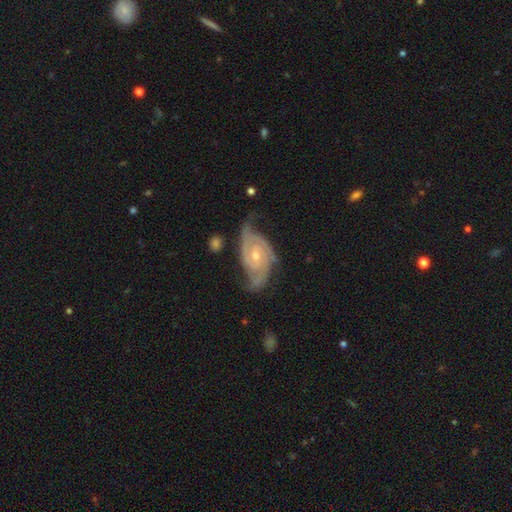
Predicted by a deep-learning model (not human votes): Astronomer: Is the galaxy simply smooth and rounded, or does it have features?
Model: featured or disk — 89%.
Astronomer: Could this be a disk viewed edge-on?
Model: no — 97%.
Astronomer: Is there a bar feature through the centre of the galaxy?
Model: no — 59%.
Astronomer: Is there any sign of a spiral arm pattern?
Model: yes — 97%.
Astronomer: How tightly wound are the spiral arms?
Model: tight — 50% (runner-up: medium, 39%).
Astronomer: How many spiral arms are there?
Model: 2 — 60%.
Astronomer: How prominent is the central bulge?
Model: small — 53% (runner-up: moderate, 44%).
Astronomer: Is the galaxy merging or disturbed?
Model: none — 59%.